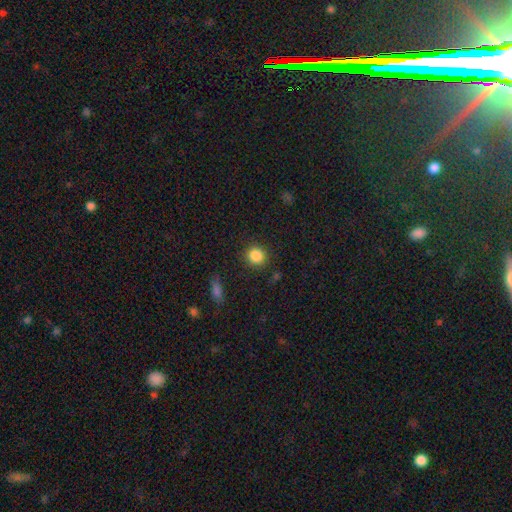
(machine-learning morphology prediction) The model was most divided on "smooth or featured": smooth: 86%, star or artifact: 10%, featured or disk: 4%. More confident: how rounded — round (89%); merging — none (88%).